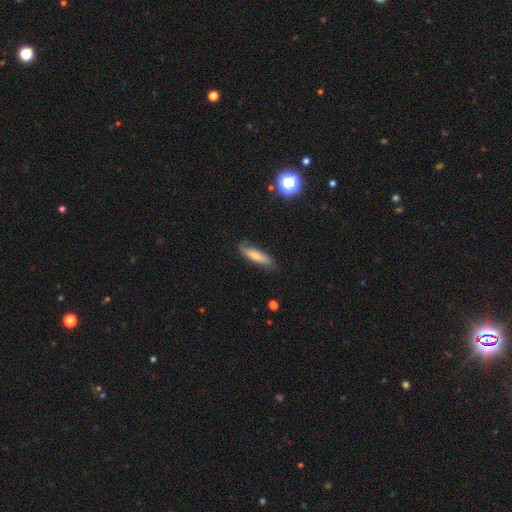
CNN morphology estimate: A smooth galaxy with no disk features (66%) that is cigar-shaped (65%). Merging: none (68%).